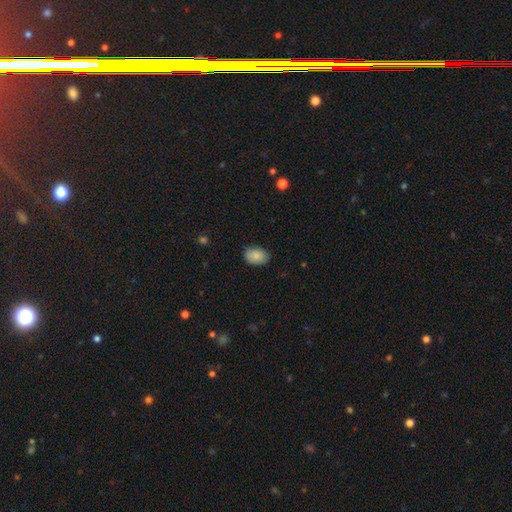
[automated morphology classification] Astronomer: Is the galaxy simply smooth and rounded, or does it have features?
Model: smooth — 88%.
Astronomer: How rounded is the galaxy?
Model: in between — 84%.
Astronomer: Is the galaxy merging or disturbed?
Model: none — 81%.